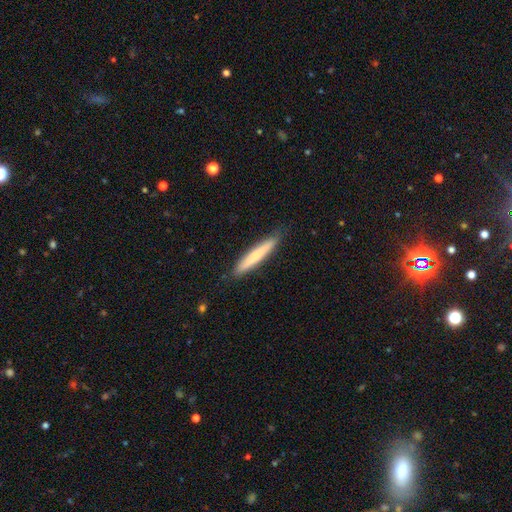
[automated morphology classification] This is likely a smooth galaxy (70%). How rounded: clearly cigar-shaped (94%). Merging: clearly none (87%).